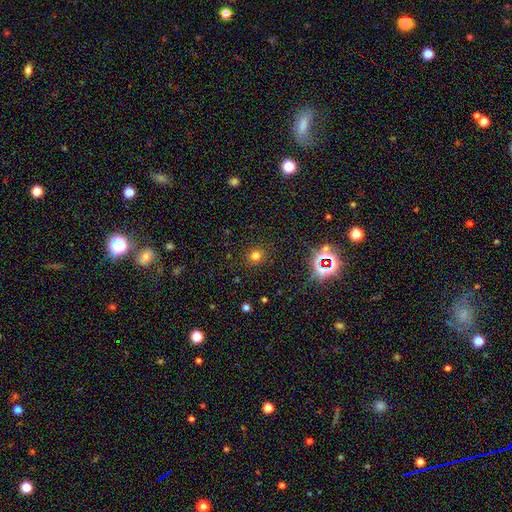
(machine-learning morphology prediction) smooth_or_featured: smooth (p=0.70) [alt: star or artifact p=0.24]
how_rounded: round (p=0.86) [alt: in between p=0.13]
merging: none (p=0.88) [alt: minor disturbance p=0.07]